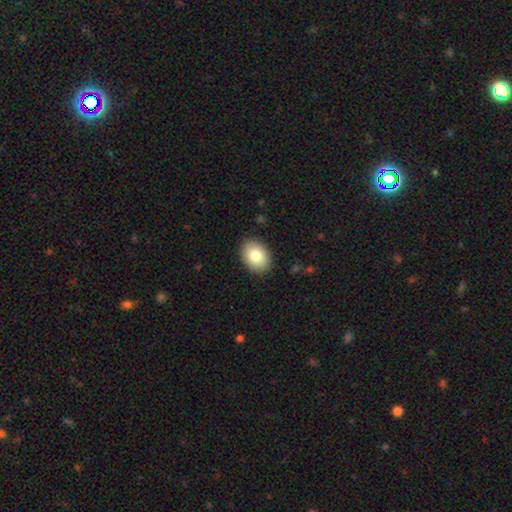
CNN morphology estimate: smooth 83%, featured or disk 10%, star or artifact 7%. Down the decision tree: how rounded — in between (74%); merging — none (89%).